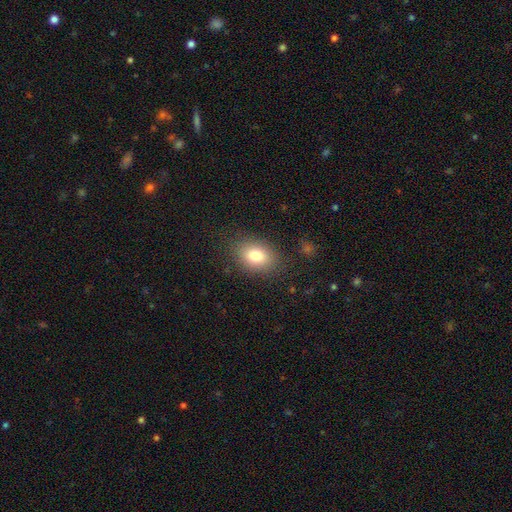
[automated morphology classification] smooth-or-featured: smooth: 81% | featured or disk: 10% | star or artifact: 9%
  how-rounded: in between: 74% | round: 25% | cigar-shaped: 1%
  merging: none: 83% | minor disturbance: 11% | major disturbance: 4% | merger: 1%